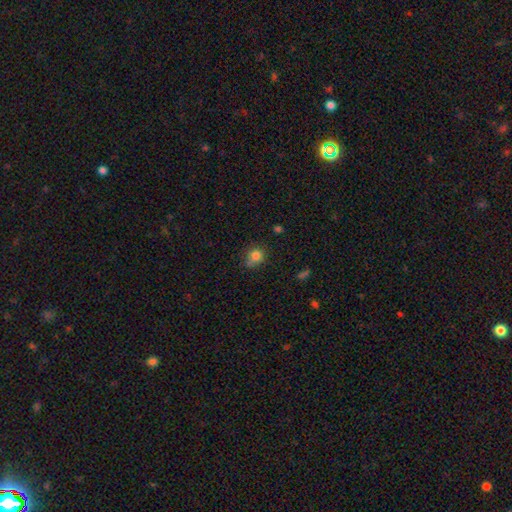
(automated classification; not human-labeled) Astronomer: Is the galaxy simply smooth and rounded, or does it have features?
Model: smooth — 80%.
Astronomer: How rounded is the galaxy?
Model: round — 77%.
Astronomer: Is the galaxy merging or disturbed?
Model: none — 58%.